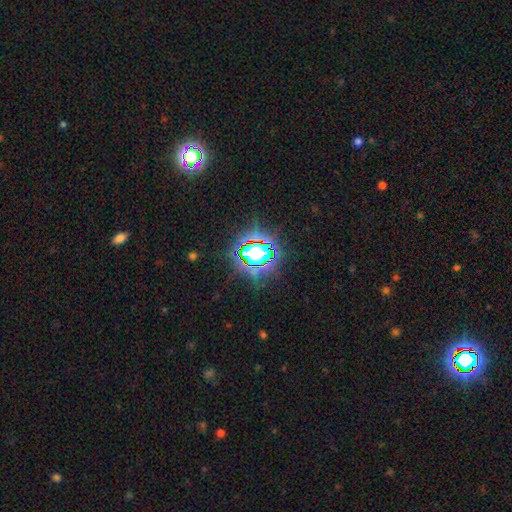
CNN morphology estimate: Smooth or featured? Predicted: star or artifact (p=0.73).